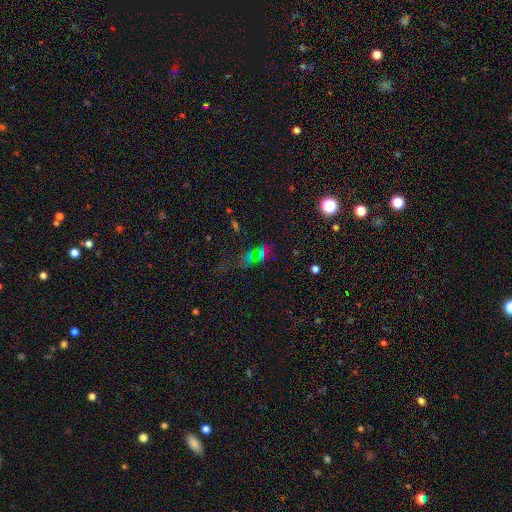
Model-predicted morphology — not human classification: smooth_or_featured: smooth (p=0.45) [alt: star or artifact p=0.41]
merging: none (p=0.55) [alt: minor disturbance p=0.20]